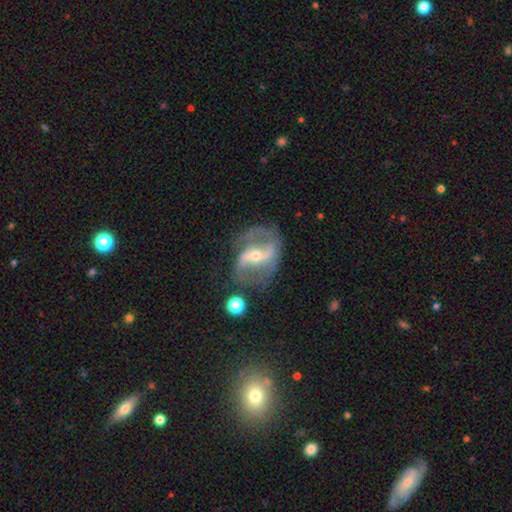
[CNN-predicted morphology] Smooth or featured? Predicted: featured or disk (p=0.87). Edge-on disk? Predicted: no (p=0.96). Bar? Predicted: strong (p=0.48). Spiral arms? Predicted: yes (p=0.94). Spiral winding? Predicted: medium (p=0.45). Spiral arm count? Predicted: 2 (p=0.88). Bulge size? Predicted: small (p=0.52). Merging? Predicted: none (p=0.65).